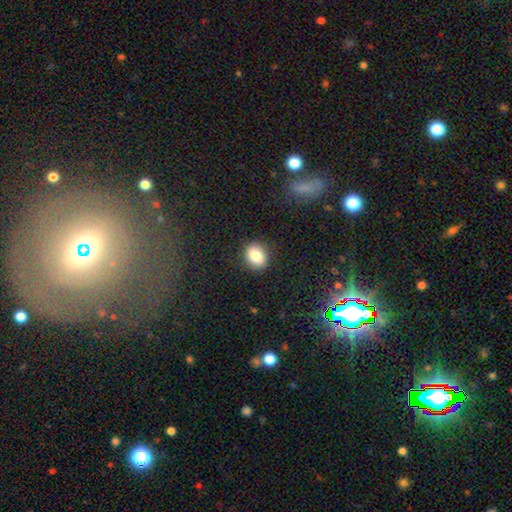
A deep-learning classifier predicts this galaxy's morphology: type=smooth (84%); roundness=round (54%); merging=none (87%).